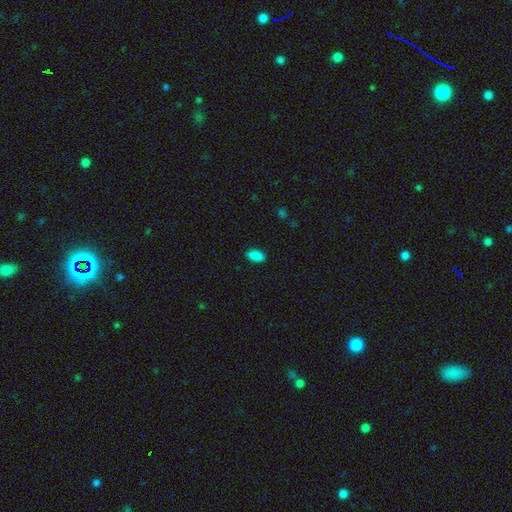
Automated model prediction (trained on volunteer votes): smooth 88%, star or artifact 9%, featured or disk 3%. Down the decision tree: how rounded — in between (92%); merging — none (87%).